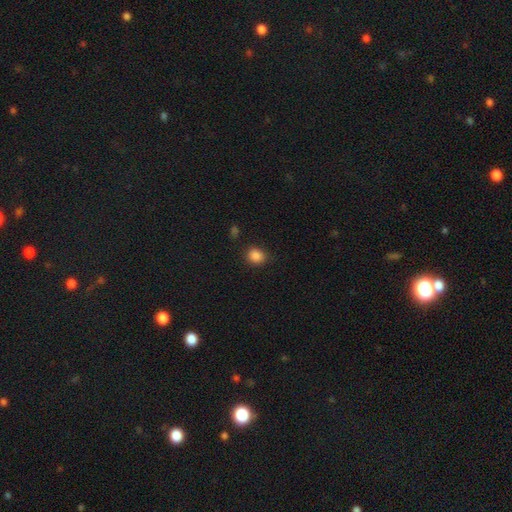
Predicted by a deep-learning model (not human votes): Smooth or featured? Predicted: smooth (p=0.86). How rounded? Predicted: round (p=0.69). Merging? Predicted: none (p=0.85).